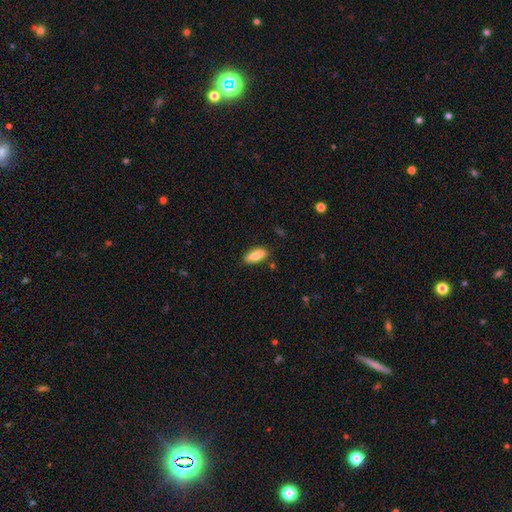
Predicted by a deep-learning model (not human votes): Q: Smooth or featured?
A: smooth (79%); runner-up: featured or disk (14%)
Q: How rounded?
A: in between (74%); runner-up: cigar-shaped (24%)
Q: Merging?
A: none (84%); runner-up: minor disturbance (12%)